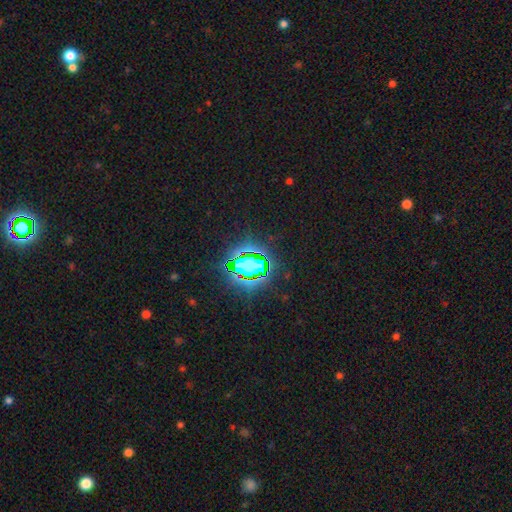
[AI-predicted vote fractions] Smooth or featured: star or artifact — 82% (smooth — 12%)